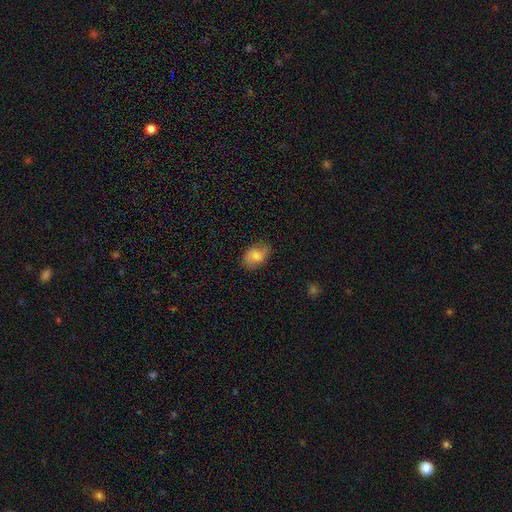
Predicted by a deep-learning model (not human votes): Smooth or featured? smooth (77%)
How rounded? in between (77%)
Merging? none (75%)